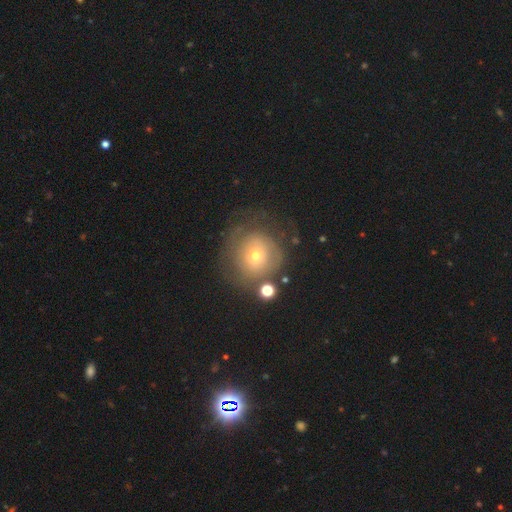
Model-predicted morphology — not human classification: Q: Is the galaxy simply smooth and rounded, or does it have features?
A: featured or disk — 45%.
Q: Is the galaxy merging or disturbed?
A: none — 61%.